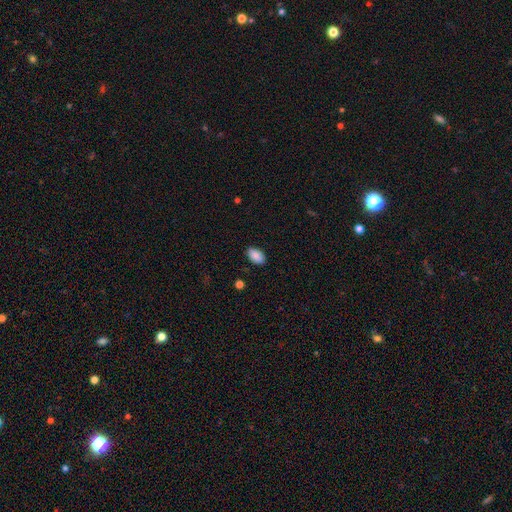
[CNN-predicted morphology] Smooth or featured?
  - smooth: 89% *
  - star or artifact: 7%
  - featured or disk: 4%
How rounded?
  - in between: 94% *
  - round: 4%
  - cigar-shaped: 1%
Merging?
  - none: 88% *
  - minor disturbance: 9%
  - major disturbance: 2%
  - merger: 1%